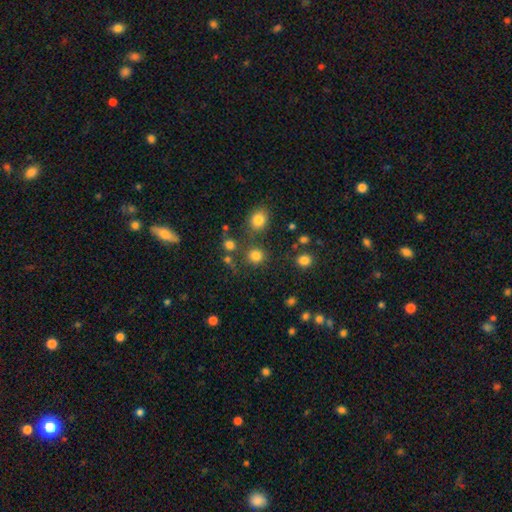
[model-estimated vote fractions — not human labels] smooth-or-featured: smooth: 80% | star or artifact: 14% | featured or disk: 5%
  how-rounded: round: 88% | in between: 11% | cigar-shaped: 1%
  merging: none: 77% | merger: 11% | minor disturbance: 9% | major disturbance: 4%